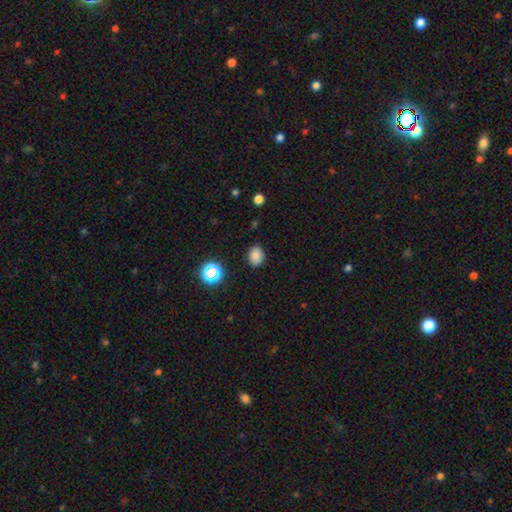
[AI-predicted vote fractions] Morphology: type=smooth (80%); roundness=in between (53%); merging=none (84%).